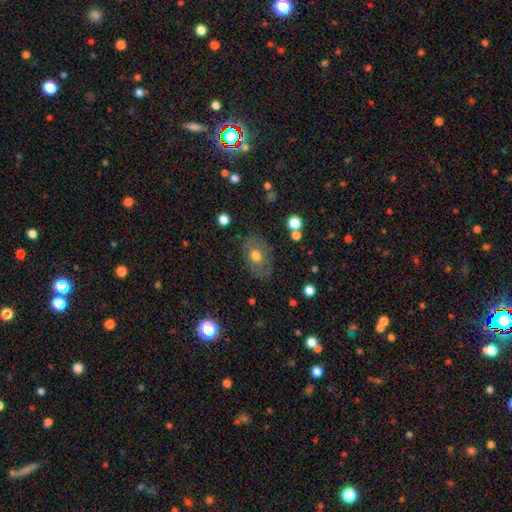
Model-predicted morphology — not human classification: This appears to be a smooth galaxy with no disk features (61%) that is in between round and cigar-shaped (75%). Merging: none (74%).